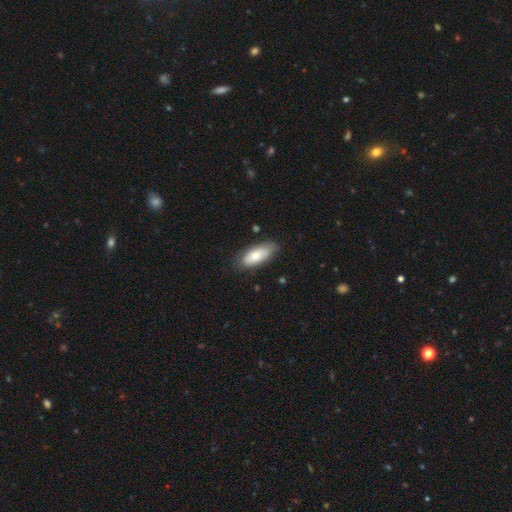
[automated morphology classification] This is likely a smooth galaxy (72%). How rounded: clearly in between (86%). Merging: likely none (78%).